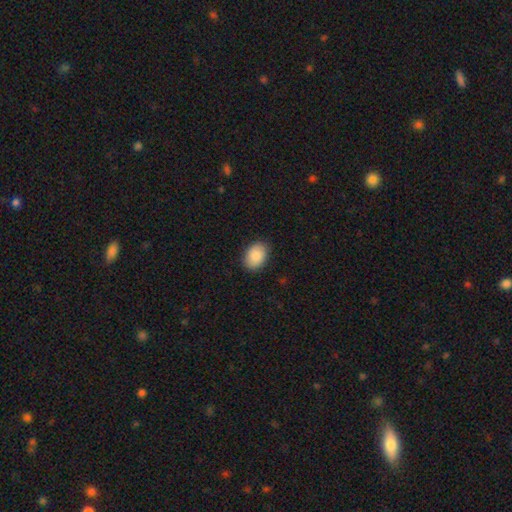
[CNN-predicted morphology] The model was most divided on "how rounded": in between: 78%, round: 21%, cigar-shaped: 1%. More confident: smooth or featured — smooth (88%); merging — none (87%).